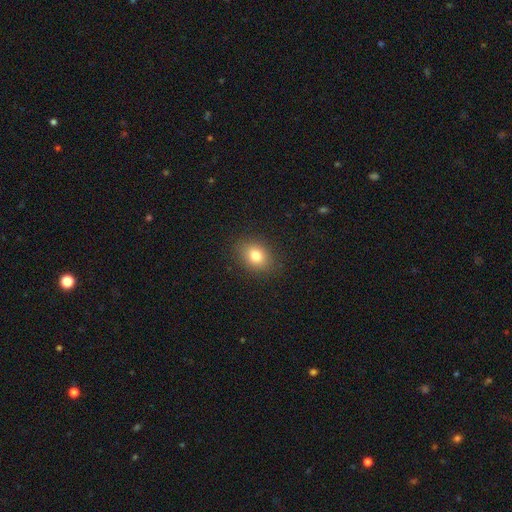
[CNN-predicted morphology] Q: Smooth or featured?
A: smooth (80%); runner-up: star or artifact (11%)
Q: How rounded?
A: in between (61%); runner-up: round (38%)
Q: Merging?
A: none (87%); runner-up: minor disturbance (9%)